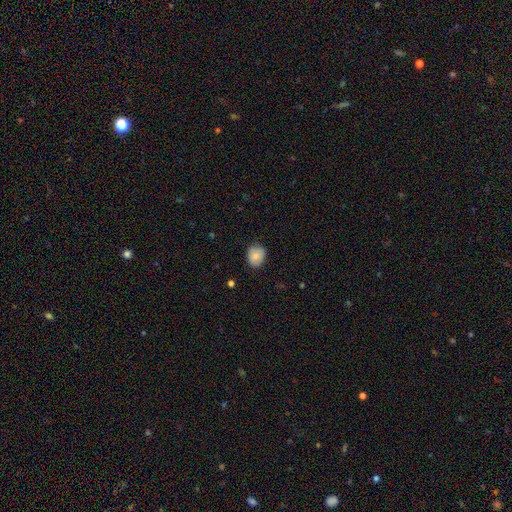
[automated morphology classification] Smooth or featured? Predicted: smooth (p=0.80). How rounded? Predicted: round (p=0.59). Merging? Predicted: none (p=0.81).